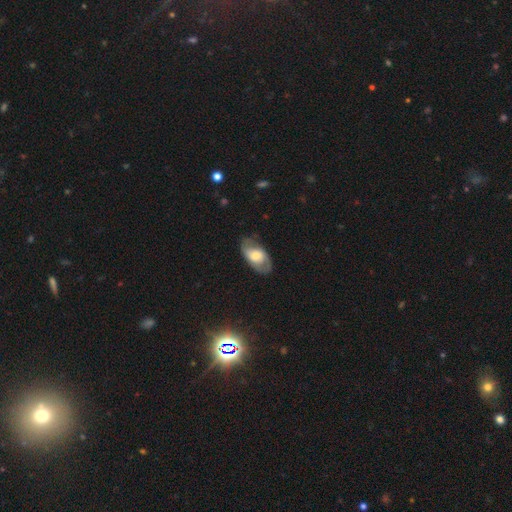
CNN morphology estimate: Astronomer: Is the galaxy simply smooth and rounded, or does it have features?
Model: featured or disk — 49% (runner-up: smooth, 44%).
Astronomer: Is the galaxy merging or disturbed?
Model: none — 69%.